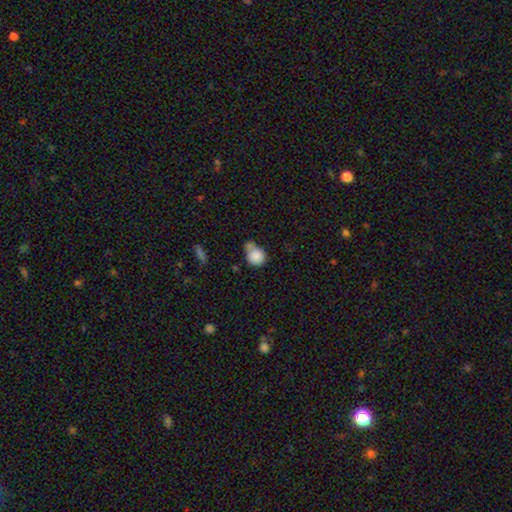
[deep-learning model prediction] smooth 85%, star or artifact 8%, featured or disk 6%. Down the decision tree: how rounded — round (81%); merging — none (39%).